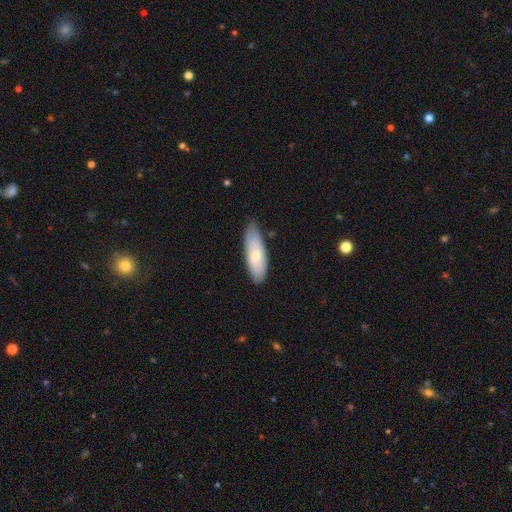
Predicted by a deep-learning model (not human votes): Smooth or featured? smooth (67%)
How rounded? in between (60%)
Merging? none (75%)